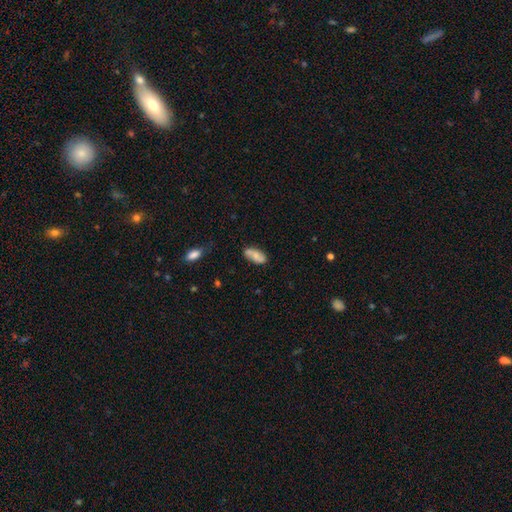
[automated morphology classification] smooth 65%, featured or disk 28%, star or artifact 7%. Down the decision tree: how rounded — in between (87%); merging — none (66%).